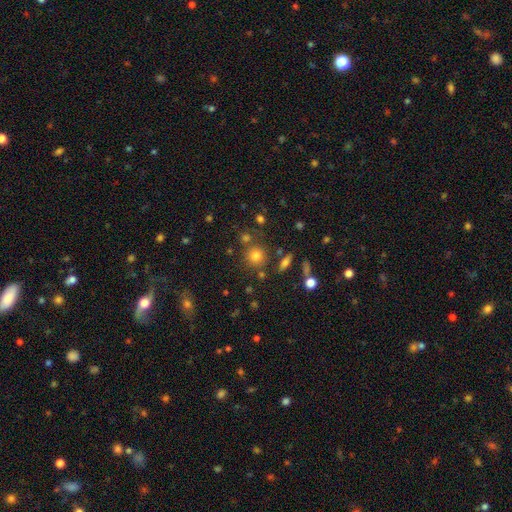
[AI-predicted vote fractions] smooth-or-featured: smooth: 74% | star or artifact: 16% | featured or disk: 10%
  how-rounded: round: 89% | in between: 9% | cigar-shaped: 1%
  merging: none: 77% | minor disturbance: 10% | merger: 9% | major disturbance: 4%